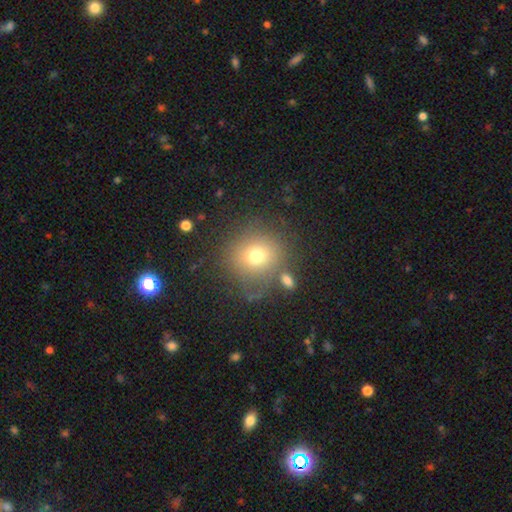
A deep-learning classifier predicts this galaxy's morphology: Overall: smooth (71%). How rounded: round (87%). Merging: none (74%).